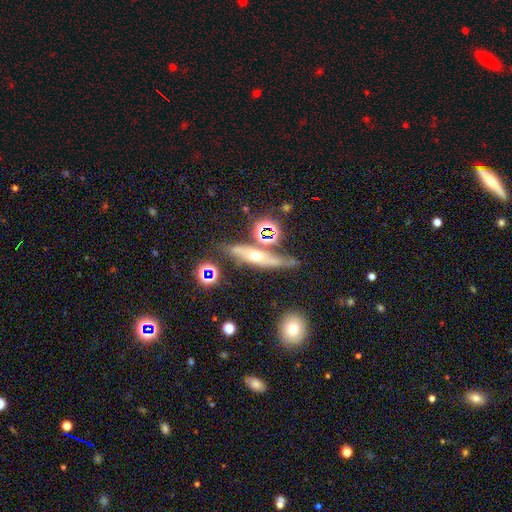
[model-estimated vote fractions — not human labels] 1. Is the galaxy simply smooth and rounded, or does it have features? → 60% featured or disk, 25% smooth, 16% star or artifact.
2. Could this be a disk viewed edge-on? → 76% yes, 24% no.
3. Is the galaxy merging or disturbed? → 61% none, 20% minor disturbance, 10% merger, 9% major disturbance.